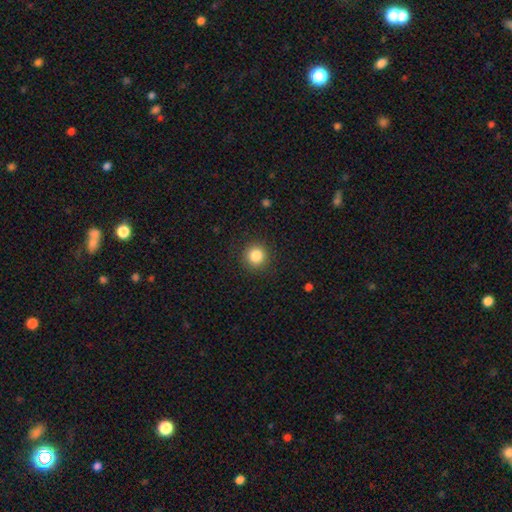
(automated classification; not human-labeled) Overall: smooth (85%). How rounded: round (94%). Merging: none (91%).